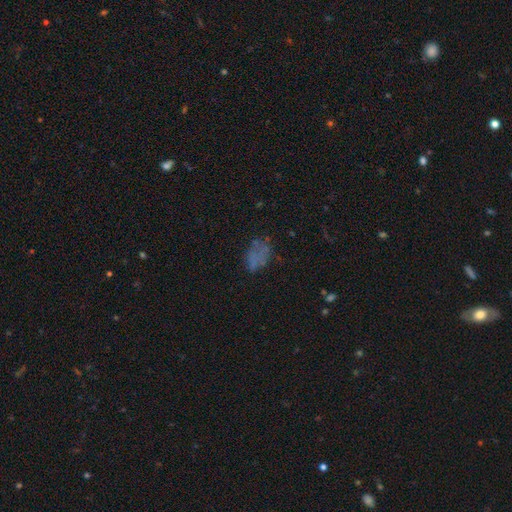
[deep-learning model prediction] This appears to be a smooth galaxy with no disk features (50%). Merging: none (55%).